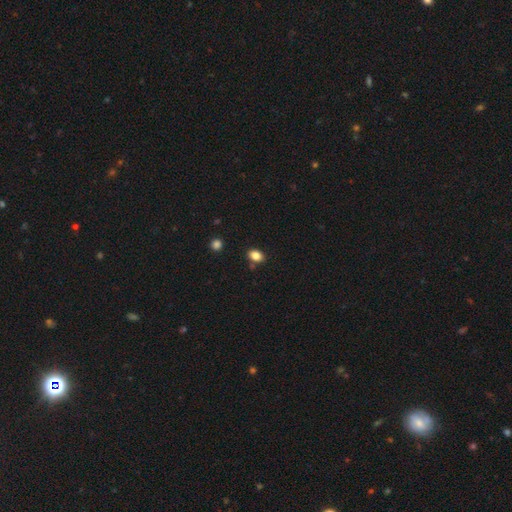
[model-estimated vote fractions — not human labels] The model was most divided on "how rounded": in between: 78%, round: 21%, cigar-shaped: 1%. More confident: smooth or featured — smooth (84%); merging — none (81%).